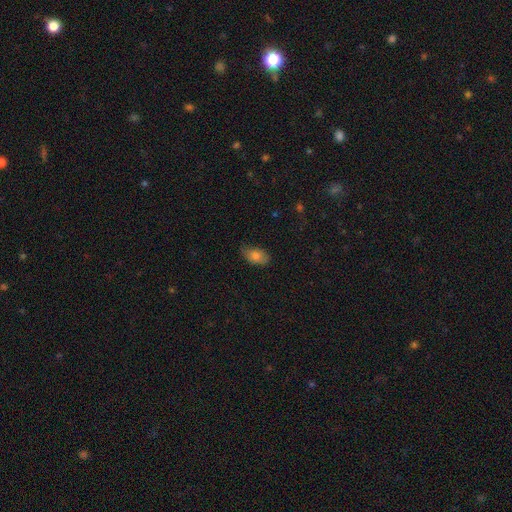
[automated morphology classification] Smooth or featured?
  - smooth: 79% *
  - featured or disk: 13%
  - star or artifact: 8%
How rounded?
  - in between: 90% *
  - round: 7%
  - cigar-shaped: 2%
Merging?
  - none: 68% *
  - minor disturbance: 26%
  - major disturbance: 5%
  - merger: 1%